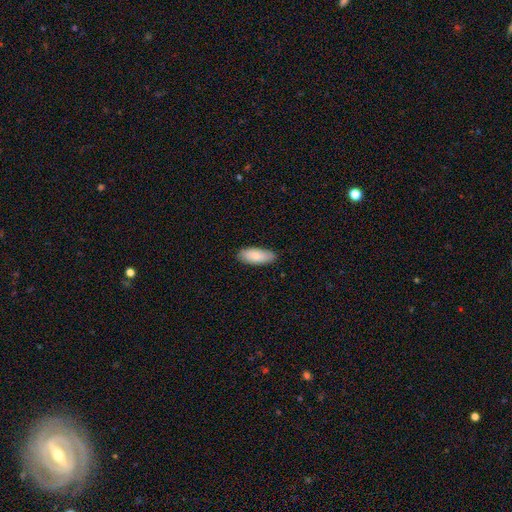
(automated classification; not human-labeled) smooth_or_featured: smooth (p=0.83) [alt: featured or disk p=0.12]
how_rounded: in between (p=0.84) [alt: cigar-shaped p=0.14]
merging: none (p=0.86) [alt: minor disturbance p=0.11]